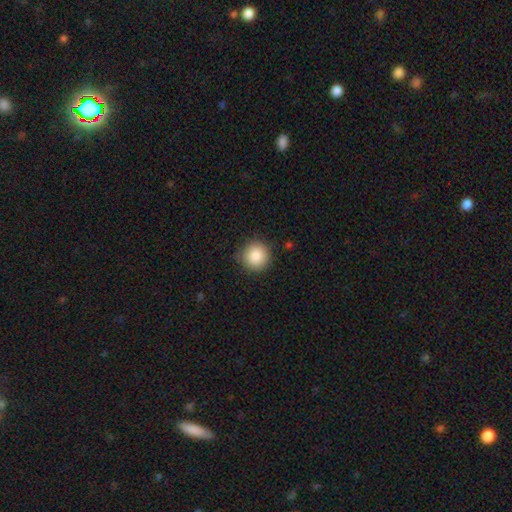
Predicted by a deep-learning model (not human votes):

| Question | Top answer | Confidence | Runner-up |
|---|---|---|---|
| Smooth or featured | smooth | 87% | star or artifact (9%) |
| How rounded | round | 94% | in between (5%) |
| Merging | none | 87% | minor disturbance (9%) |